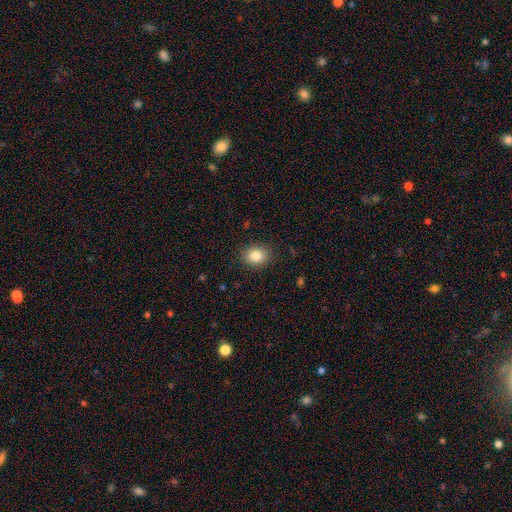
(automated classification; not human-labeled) This appears to be a smooth galaxy with no disk features (83%) that is round (57%). Merging: none (88%).